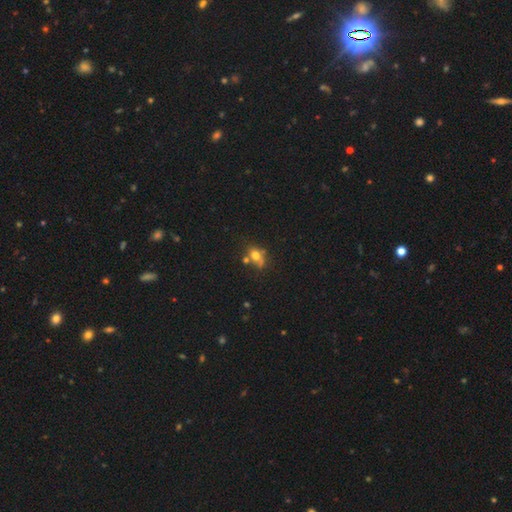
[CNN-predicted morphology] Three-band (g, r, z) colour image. It shows a smooth galaxy with no disk features (66%) that is in between round and cigar-shaped (56%). Merging: none (42%).